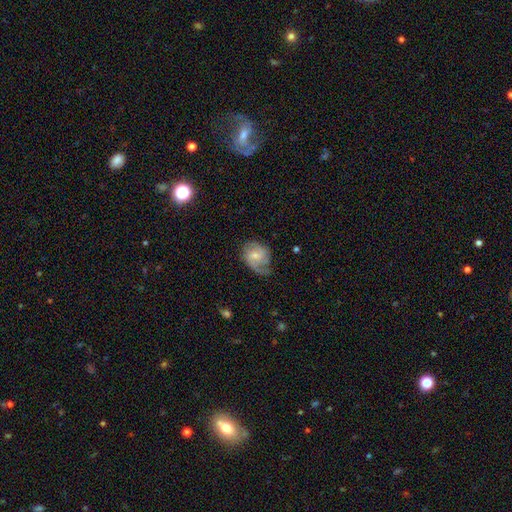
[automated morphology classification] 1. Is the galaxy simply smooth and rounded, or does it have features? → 67% featured or disk, 26% smooth, 6% star or artifact.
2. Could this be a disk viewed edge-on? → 97% no, 3% yes.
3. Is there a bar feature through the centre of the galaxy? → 48% no, 44% weak, 8% strong.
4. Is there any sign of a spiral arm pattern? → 91% yes, 9% no.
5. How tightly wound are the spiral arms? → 44% medium, 29% tight, 27% loose.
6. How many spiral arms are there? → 55% 2, 19% 1, 15% can't tell, 8% 3, 2% 4, 2% more than 4.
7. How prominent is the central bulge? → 54% small, 39% moderate, 4% none, 2% large, 1% dominant.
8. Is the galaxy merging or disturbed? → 53% none, 29% minor disturbance, 17% major disturbance, 2% merger.